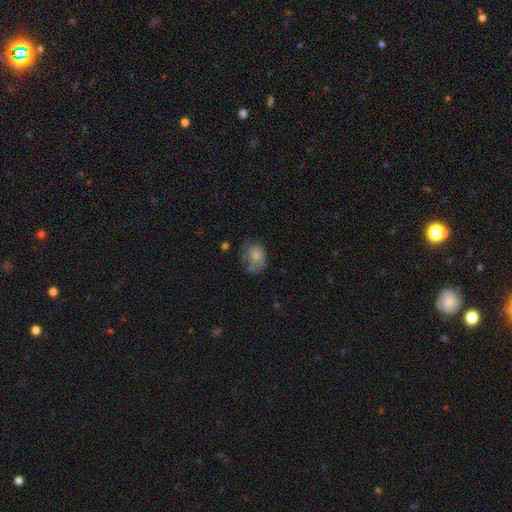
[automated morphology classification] This appears to be a smooth galaxy with no disk features (72%) that is in between round and cigar-shaped (58%). Merging: none (43%).